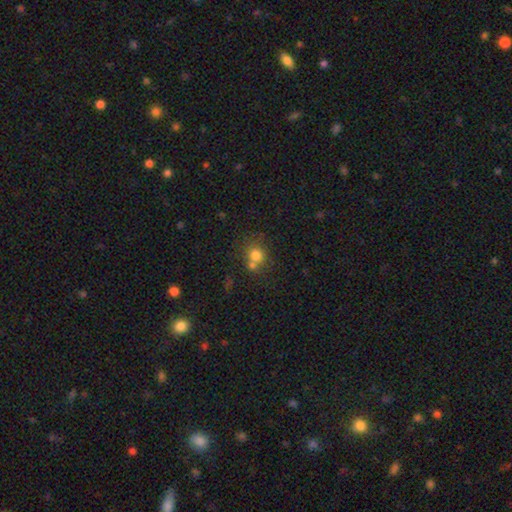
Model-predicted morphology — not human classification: The model was most divided on "merging": none: 48%, merger: 38%, minor disturbance: 10%, major disturbance: 5%. More confident: how rounded — round (82%); smooth or featured — smooth (76%).